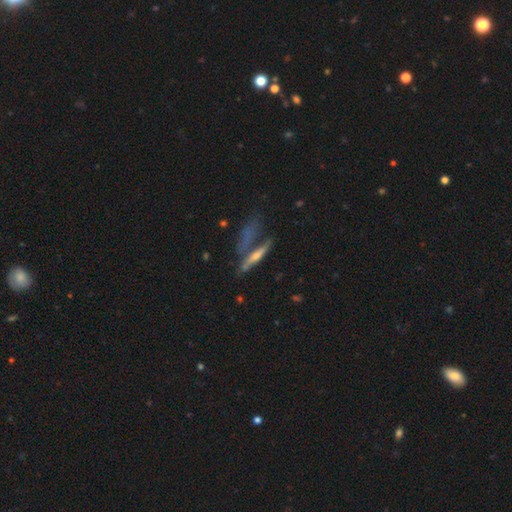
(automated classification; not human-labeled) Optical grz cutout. It shows a featured or disk galaxy (48%). Merging: none (49%).